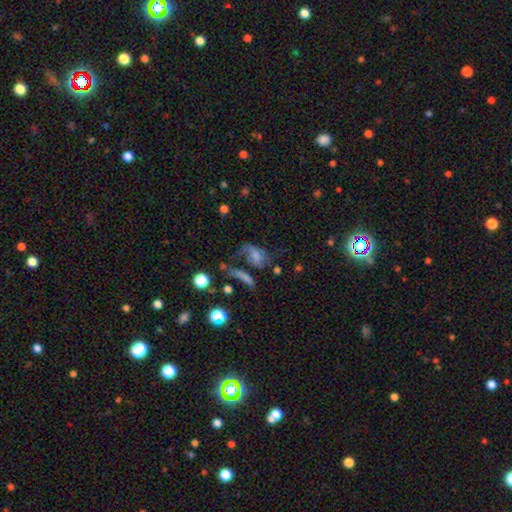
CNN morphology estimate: smooth_or_featured: smooth (p=0.52) [alt: featured or disk p=0.34]
how_rounded: in between (p=0.79) [alt: round p=0.13]
merging: major disturbance (p=0.32) [tied with: none p=0.32]